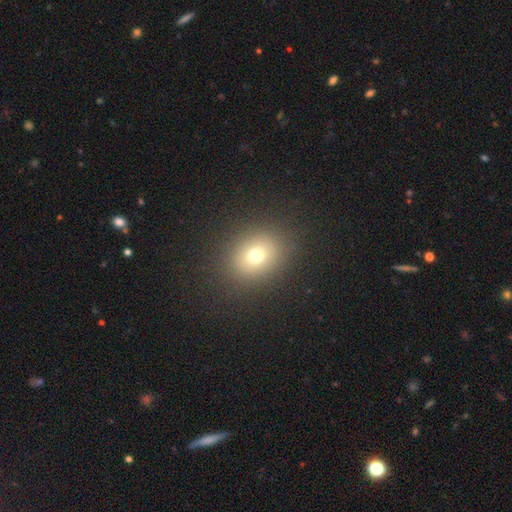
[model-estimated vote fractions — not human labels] smooth_or_featured: smooth (p=0.73) [alt: star or artifact p=0.15]
how_rounded: round (p=0.57) [alt: in between p=0.42]
merging: none (p=0.87) [alt: minor disturbance p=0.08]